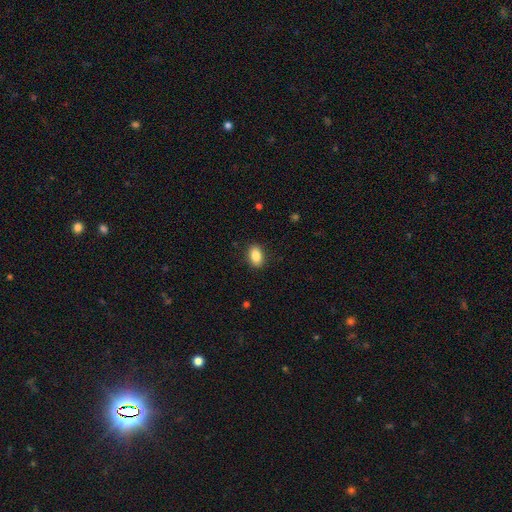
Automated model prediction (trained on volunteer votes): smooth 87%, star or artifact 8%, featured or disk 5%. Down the decision tree: how rounded — in between (85%); merging — none (88%).